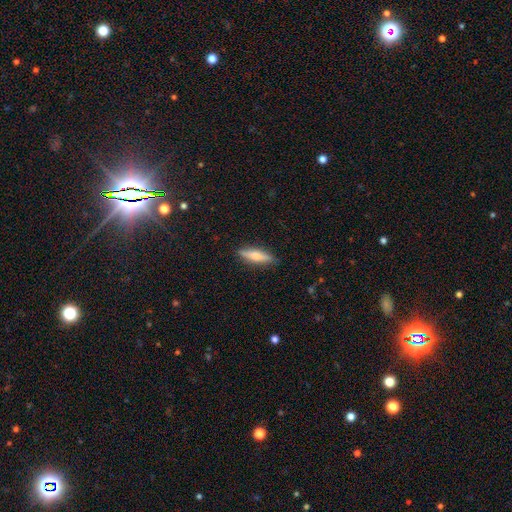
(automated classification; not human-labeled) This appears to be a smooth galaxy with no disk features (58%) that is cigar-shaped (72%). Merging: none (88%).